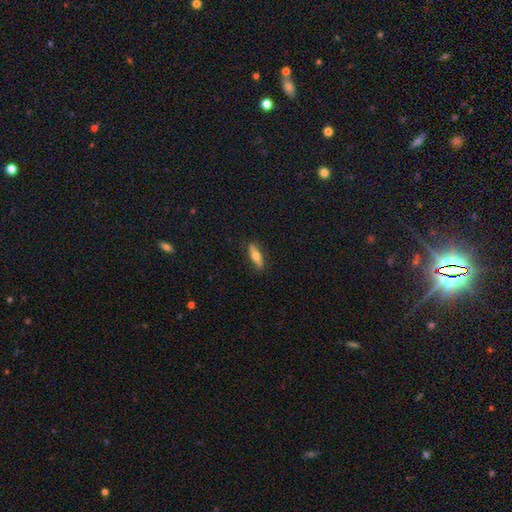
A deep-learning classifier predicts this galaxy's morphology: smooth-or-featured: smooth: 61% | featured or disk: 33% | star or artifact: 6%
  how-rounded: cigar-shaped: 51% | in between: 46% | round: 3%
  merging: none: 85% | minor disturbance: 12% | major disturbance: 2% | merger: 1%